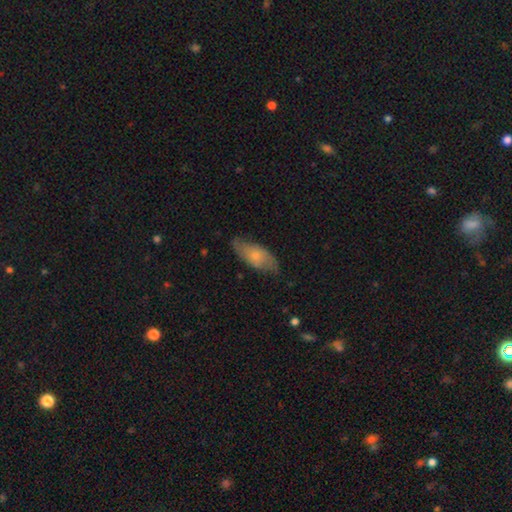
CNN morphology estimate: Smooth or featured: smooth — 47% (tied with featured or disk — 47%)
Merging: none — 71% (minor disturbance — 22%)